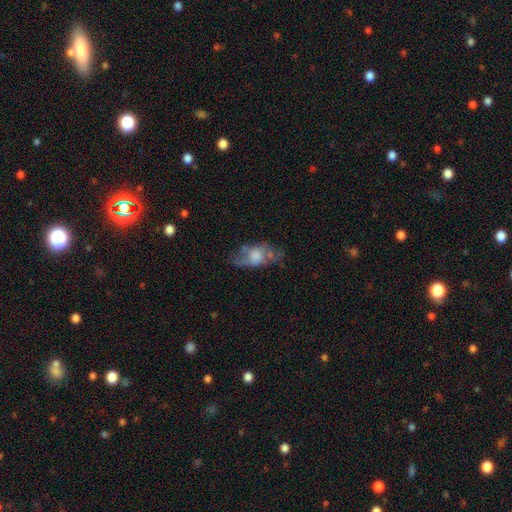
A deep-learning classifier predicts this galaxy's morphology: This appears to be a smooth galaxy with no disk features (48%). Merging: none (49%).